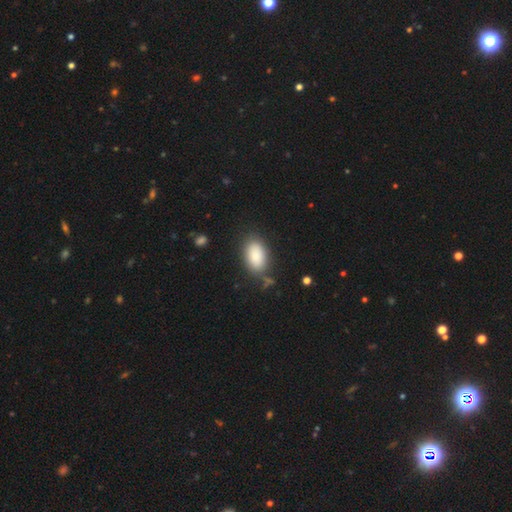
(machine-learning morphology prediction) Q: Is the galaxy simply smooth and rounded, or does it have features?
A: smooth — 87%.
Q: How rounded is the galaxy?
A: in between — 93%.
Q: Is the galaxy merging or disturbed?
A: none — 76%.